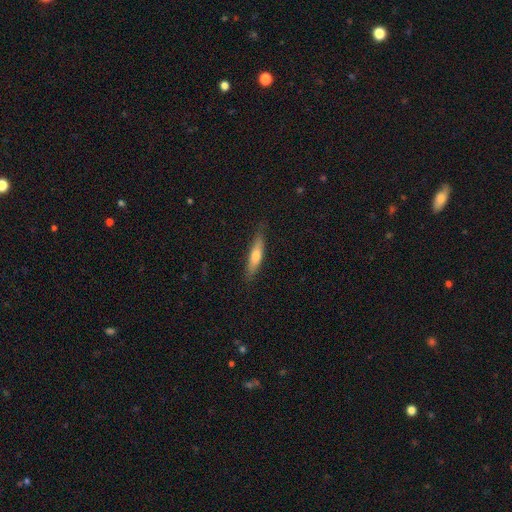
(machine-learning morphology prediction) Overall: smooth (56%; featured or disk 38%). How rounded: cigar-shaped (84%). Merging: none (84%).